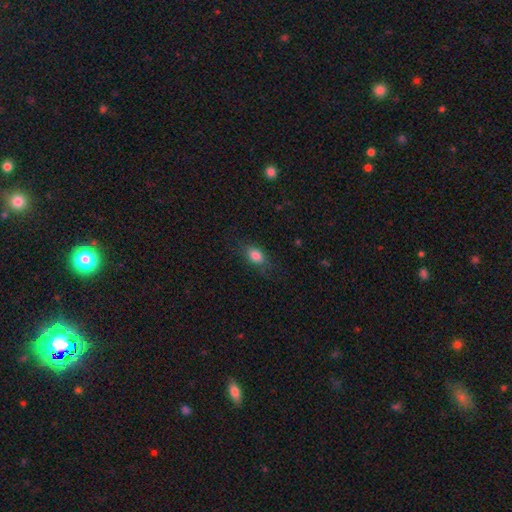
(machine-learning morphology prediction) A smooth galaxy with no disk features (83%) that is in between round and cigar-shaped (77%). Merging: none (76%).